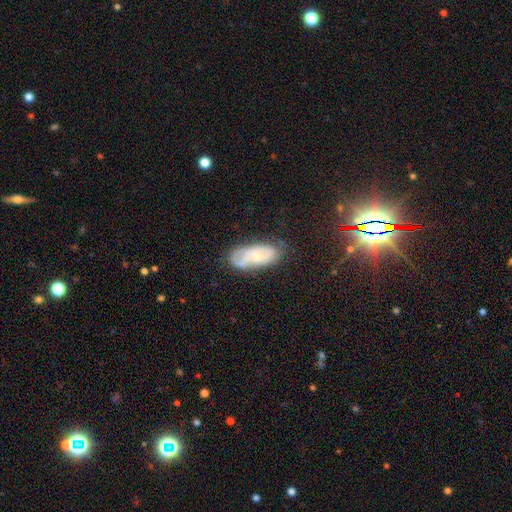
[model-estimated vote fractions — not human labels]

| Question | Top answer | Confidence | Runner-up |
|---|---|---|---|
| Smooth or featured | featured or disk | 54% | smooth (37%) |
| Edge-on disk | no | 91% | yes (9%) |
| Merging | none | 59% | minor disturbance (26%) |